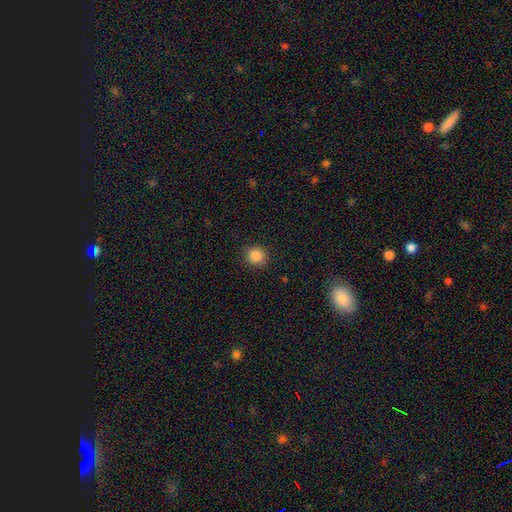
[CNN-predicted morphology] Q: Smooth or featured?
A: smooth (86%); runner-up: star or artifact (11%)
Q: How rounded?
A: round (91%); runner-up: in between (8%)
Q: Merging?
A: none (90%); runner-up: minor disturbance (6%)